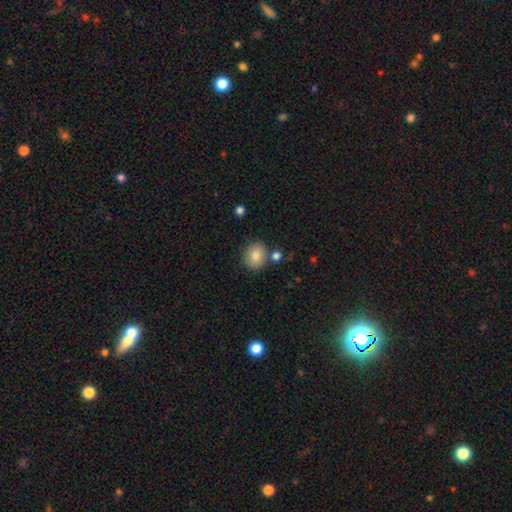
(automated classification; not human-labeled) This appears to be a smooth galaxy with no disk features (82%) that is round (72%). Merging: none (78%).